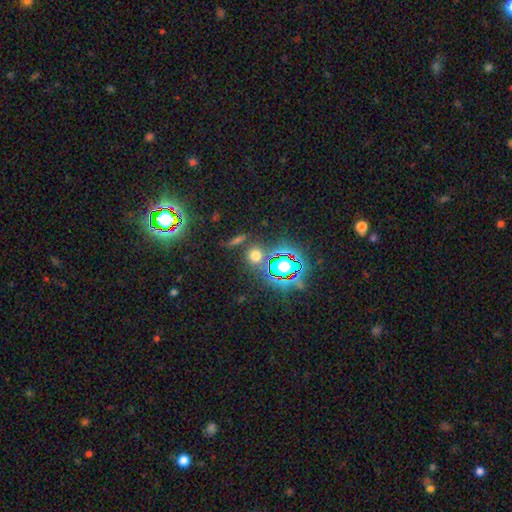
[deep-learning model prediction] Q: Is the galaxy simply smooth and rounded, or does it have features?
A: smooth — 54%.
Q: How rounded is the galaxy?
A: round — 75%.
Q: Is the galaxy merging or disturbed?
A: none — 77%.